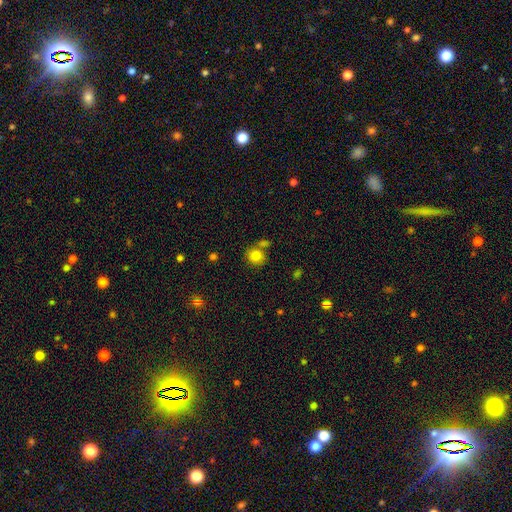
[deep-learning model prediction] smooth-or-featured: smooth: 82% | star or artifact: 11% | featured or disk: 8%
  how-rounded: round: 85% | in between: 14% | cigar-shaped: 1%
  merging: none: 66% | merger: 19% | minor disturbance: 11% | major disturbance: 4%